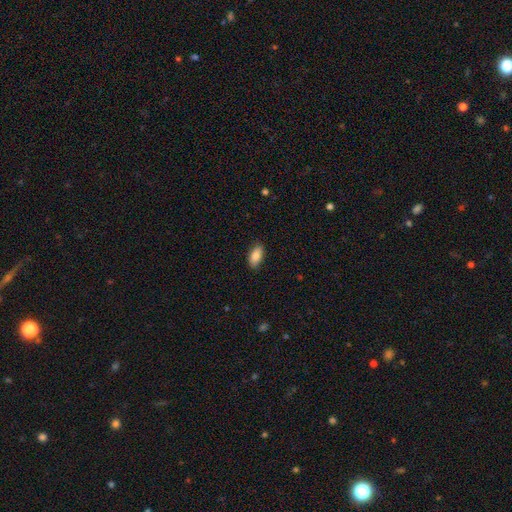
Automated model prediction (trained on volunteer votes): smooth_or_featured: smooth (p=0.85) [alt: featured or disk p=0.08]
how_rounded: in between (p=0.90) [alt: cigar-shaped p=0.07]
merging: none (p=0.87) [alt: minor disturbance p=0.10]